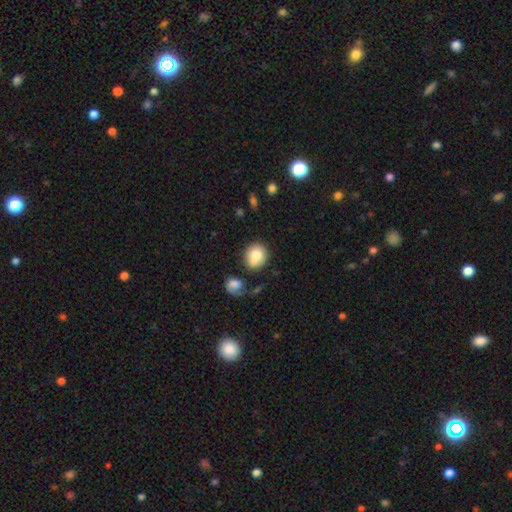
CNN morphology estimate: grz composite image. It shows a smooth galaxy with no disk features (81%) that is round (77%). Merging: none (58%).